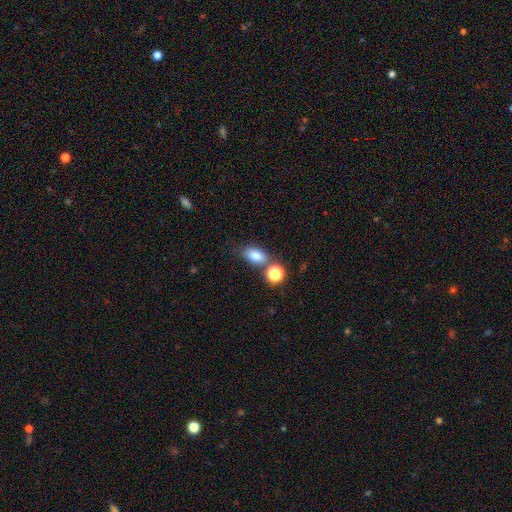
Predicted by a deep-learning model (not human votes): Smooth or featured: smooth — 81% (star or artifact — 11%)
How rounded: in between — 82% (round — 15%)
Merging: none — 59% (merger — 22%)